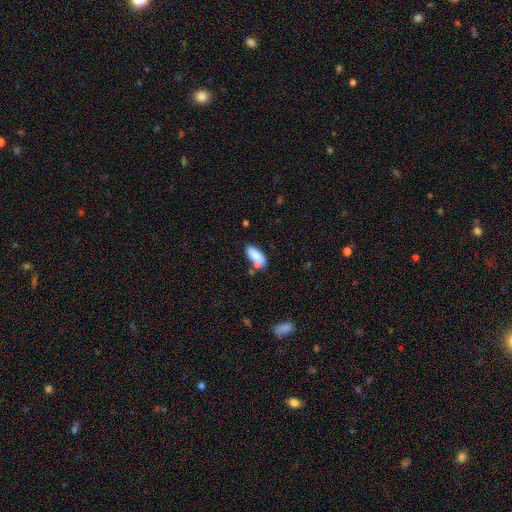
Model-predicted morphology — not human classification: type=smooth (82%); roundness=in between (87%); merging=none (54%).